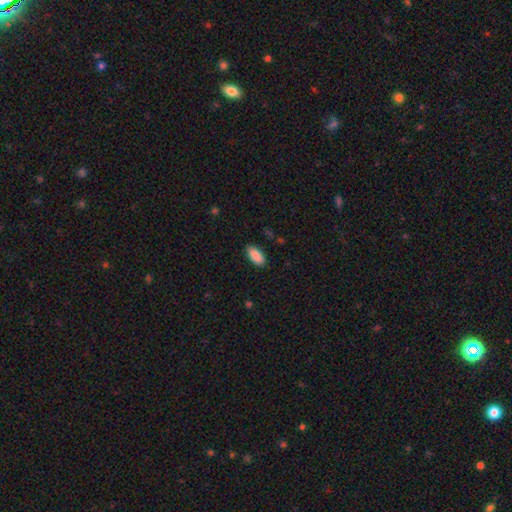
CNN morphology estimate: The model was most divided on "merging": none: 87%, minor disturbance: 10%, major disturbance: 2%, merger: 1%. More confident: how rounded — in between (91%); smooth or featured — smooth (90%).